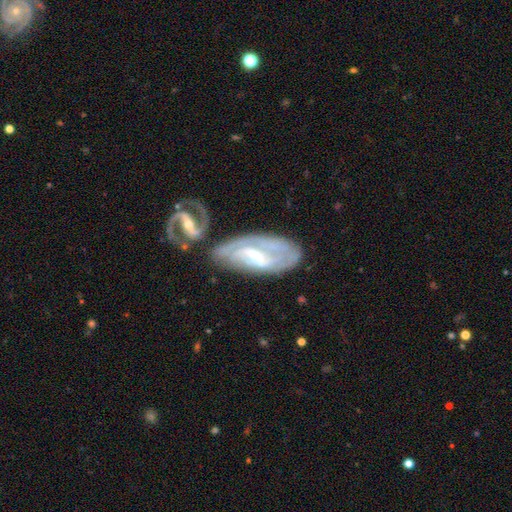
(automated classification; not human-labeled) Morphology: type=featured or disk (80%); edge-on=no (89%); bar=weak (43%); spiral arms=yes (88%); winding=tight (47%); arm count=2 (48%); bulge=small (49%); merging=none (46%).